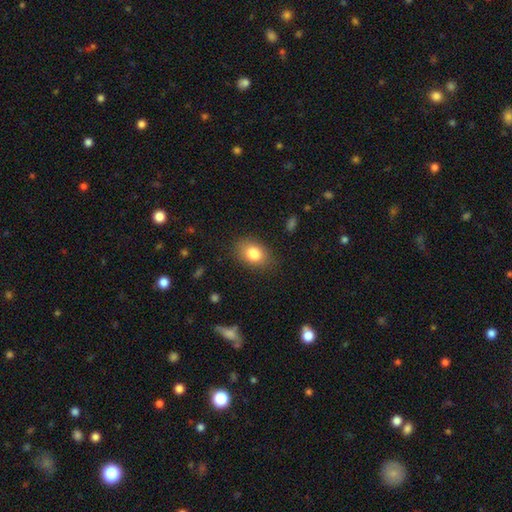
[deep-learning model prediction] Overall: smooth (83%). How rounded: in between (80%). Merging: none (81%).